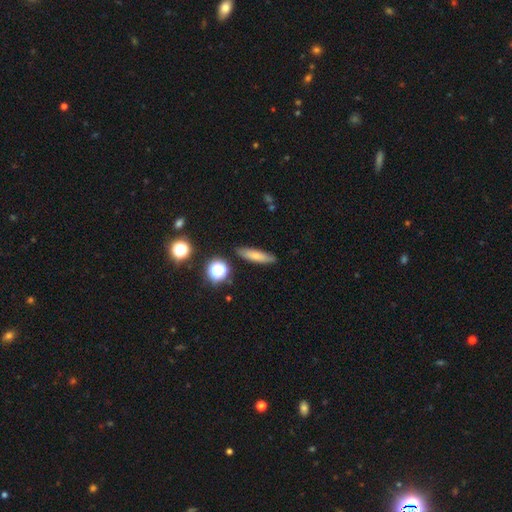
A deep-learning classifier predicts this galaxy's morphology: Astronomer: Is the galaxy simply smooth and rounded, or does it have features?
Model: smooth — 70%.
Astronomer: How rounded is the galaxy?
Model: cigar-shaped — 68%.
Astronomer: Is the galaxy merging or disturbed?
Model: none — 84%.